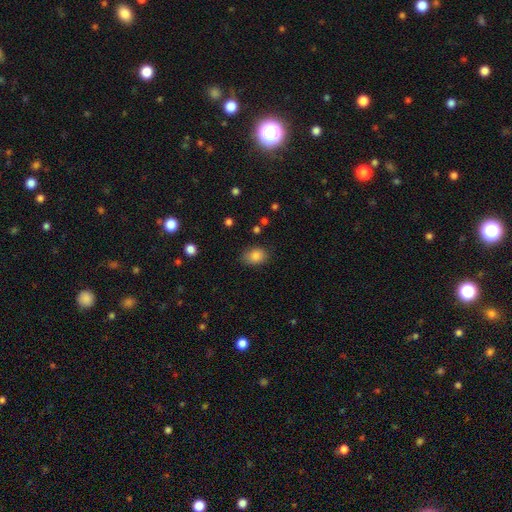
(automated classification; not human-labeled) Morphology: type=smooth (84%); roundness=in between (70%); merging=none (80%).